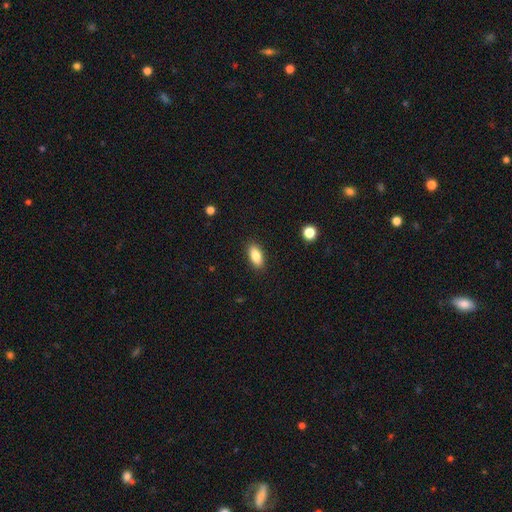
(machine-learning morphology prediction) A smooth galaxy with no disk features (84%) that is in between round and cigar-shaped (86%). Merging: none (89%).